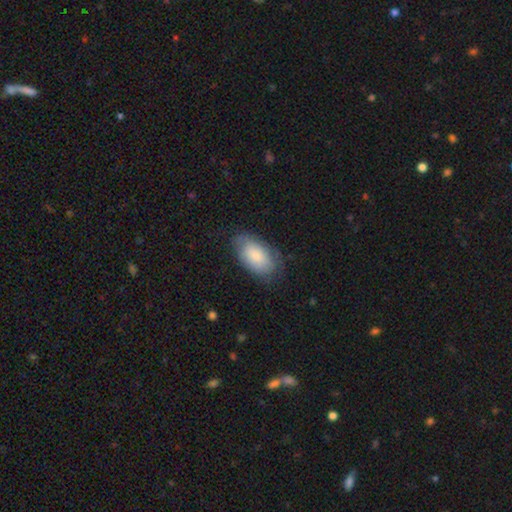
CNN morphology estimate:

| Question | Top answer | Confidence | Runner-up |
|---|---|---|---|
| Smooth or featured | smooth | 79% | featured or disk (15%) |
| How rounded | in between | 95% | round (4%) |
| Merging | none | 73% | minor disturbance (20%) |